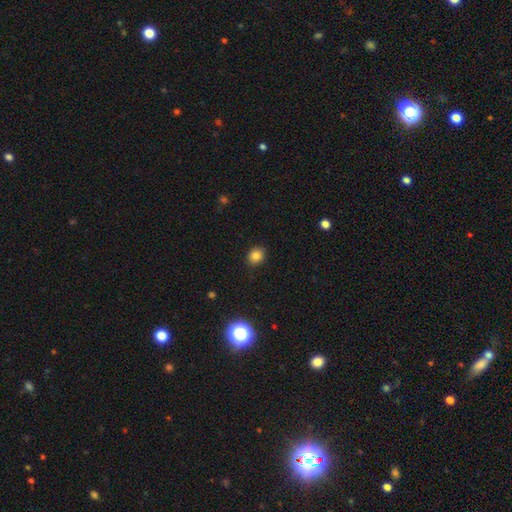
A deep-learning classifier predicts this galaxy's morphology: This appears to be a smooth galaxy with no disk features (82%) that is round (64%). Merging: none (89%).